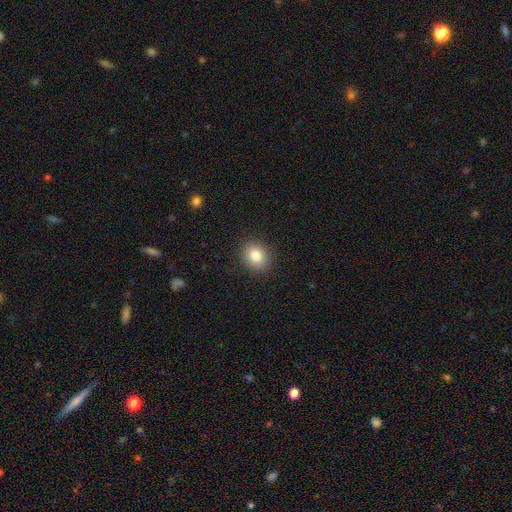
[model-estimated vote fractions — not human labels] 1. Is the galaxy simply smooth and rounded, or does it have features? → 82% smooth, 10% star or artifact, 8% featured or disk.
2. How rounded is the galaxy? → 67% round, 32% in between, 1% cigar-shaped.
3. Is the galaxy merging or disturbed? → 89% none, 7% minor disturbance, 2% major disturbance, 1% merger.